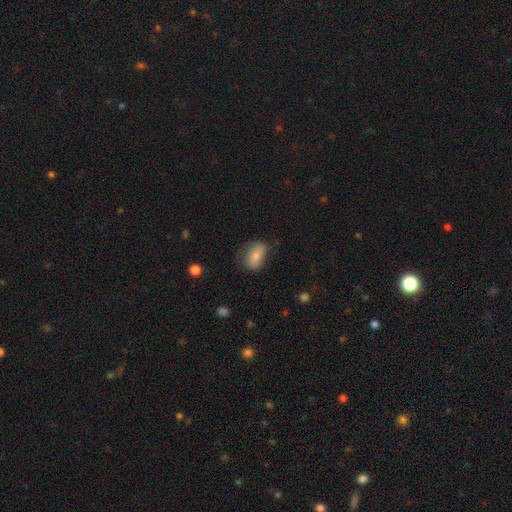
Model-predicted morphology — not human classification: Overall: smooth (70%). How rounded: in between (82%). Merging: none (59%; minor disturbance 28%).